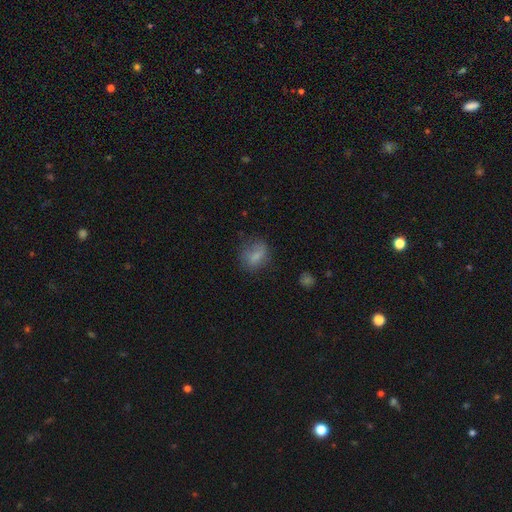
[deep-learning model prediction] This appears to be a smooth galaxy with no disk features (73%) that is in between round and cigar-shaped (56%). Merging: none (63%).